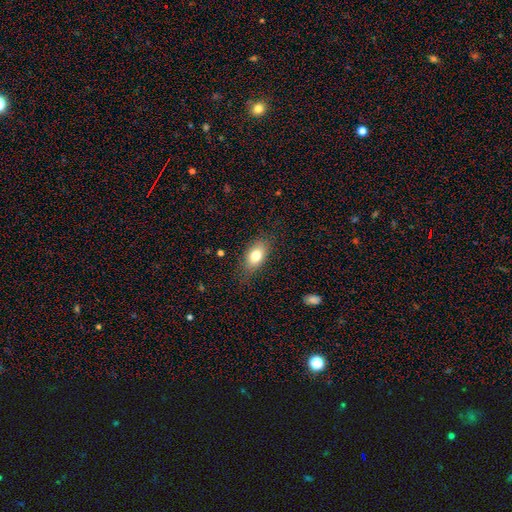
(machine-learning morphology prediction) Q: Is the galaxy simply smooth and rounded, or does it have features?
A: smooth — 77%.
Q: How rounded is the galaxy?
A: in between — 85%.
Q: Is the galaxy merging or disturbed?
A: none — 78%.